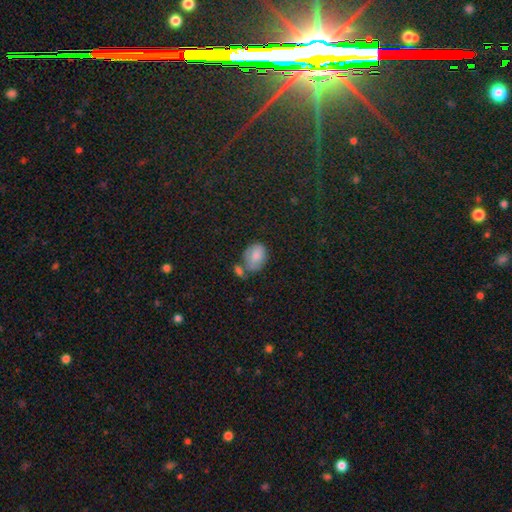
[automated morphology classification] smooth_or_featured: smooth (p=0.80) [alt: featured or disk p=0.11]
how_rounded: in between (p=0.78) [alt: round p=0.21]
merging: none (p=0.43) [alt: minor disturbance p=0.25]